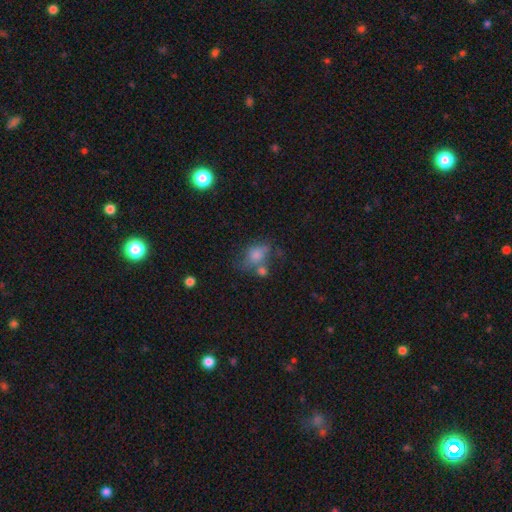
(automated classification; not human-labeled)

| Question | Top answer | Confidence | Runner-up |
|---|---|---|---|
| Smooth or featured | smooth | 67% | featured or disk (19%) |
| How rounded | in between | 66% | round (32%) |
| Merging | none | 38% | minor disturbance (23%) |